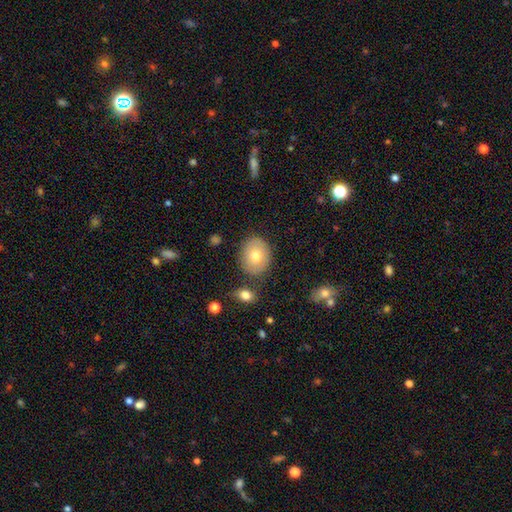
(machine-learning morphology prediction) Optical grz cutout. It shows a smooth galaxy with no disk features (73%) that is in between round and cigar-shaped (50%). Merging: none (80%).